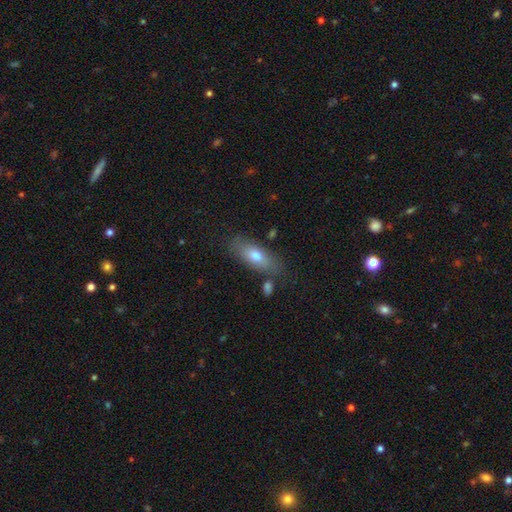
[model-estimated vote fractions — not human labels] Overall: smooth (71%). How rounded: in between (74%). Merging: none (74%).